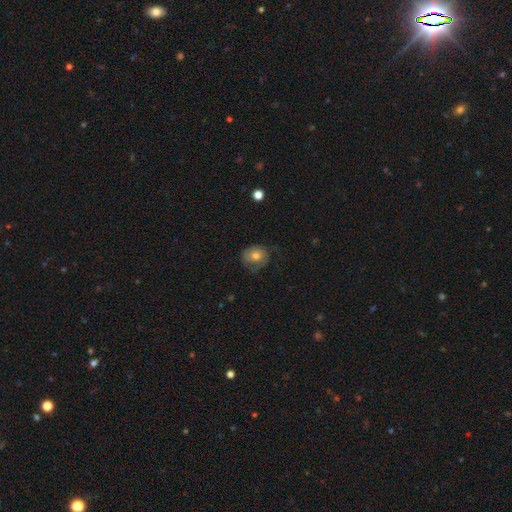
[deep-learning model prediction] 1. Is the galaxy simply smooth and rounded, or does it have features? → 58% smooth, 34% featured or disk, 8% star or artifact.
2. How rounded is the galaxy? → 70% round, 29% in between, 1% cigar-shaped.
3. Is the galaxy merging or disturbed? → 56% none, 26% minor disturbance, 16% major disturbance, 1% merger.